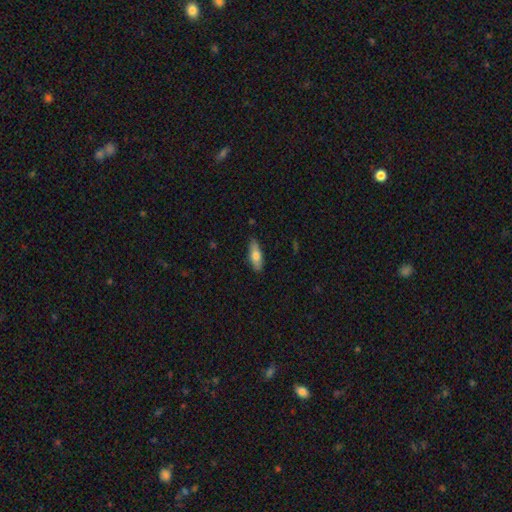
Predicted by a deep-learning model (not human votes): smooth-or-featured: smooth: 73% | featured or disk: 21% | star or artifact: 6%
  how-rounded: in between: 60% | cigar-shaped: 38% | round: 2%
  merging: none: 85% | minor disturbance: 12% | major disturbance: 2% | merger: 1%